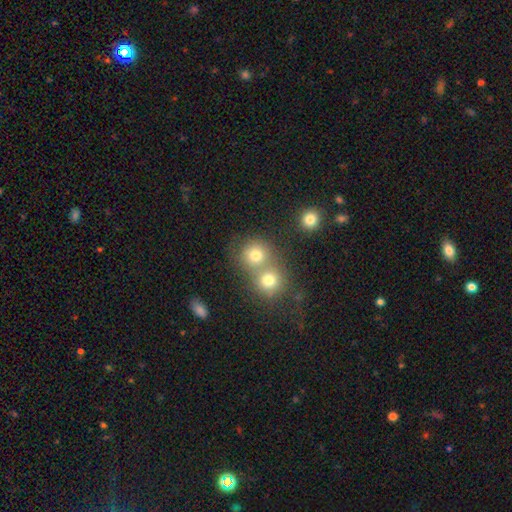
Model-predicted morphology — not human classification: smooth_or_featured: smooth (p=0.76) [alt: star or artifact p=0.13]
how_rounded: round (p=0.84) [alt: in between p=0.15]
merging: merger (p=0.46) [alt: none p=0.44]